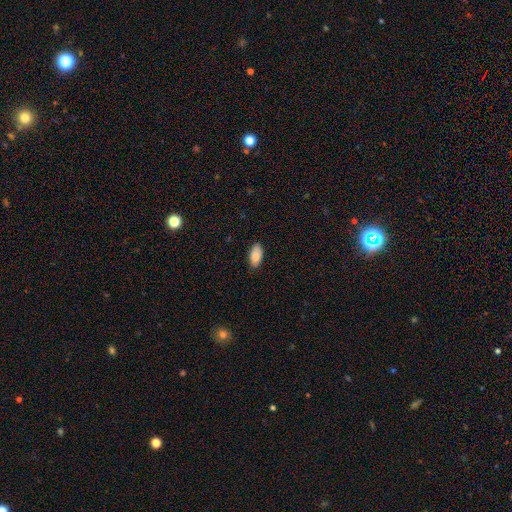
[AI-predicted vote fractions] The model was most divided on "merging": none: 84%, minor disturbance: 13%, major disturbance: 2%, merger: 1%. More confident: how rounded — in between (93%); smooth or featured — smooth (88%).